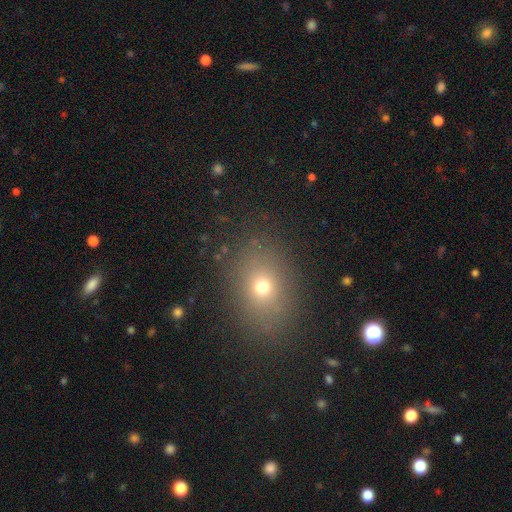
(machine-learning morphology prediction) smooth 65%, star or artifact 23%, featured or disk 12%. Down the decision tree: how rounded — in between (61%); merging — none (87%).